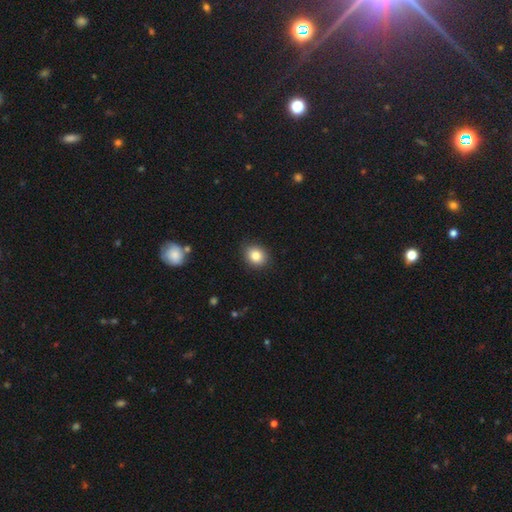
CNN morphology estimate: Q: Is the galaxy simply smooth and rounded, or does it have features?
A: smooth — 83%.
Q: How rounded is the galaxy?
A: round — 67%.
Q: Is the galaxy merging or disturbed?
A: none — 88%.